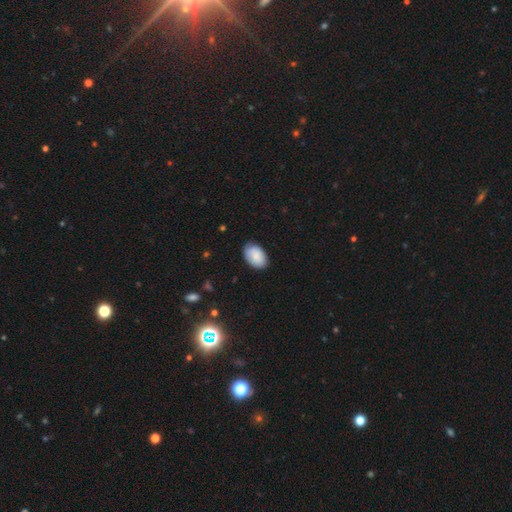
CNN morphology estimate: smooth 84%, featured or disk 9%, star or artifact 7%. Down the decision tree: how rounded — in between (90%); merging — none (77%).